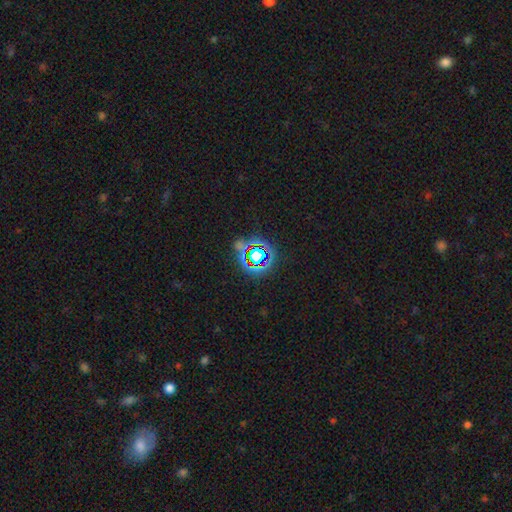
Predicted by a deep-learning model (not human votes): Smooth or featured? star or artifact (68%)